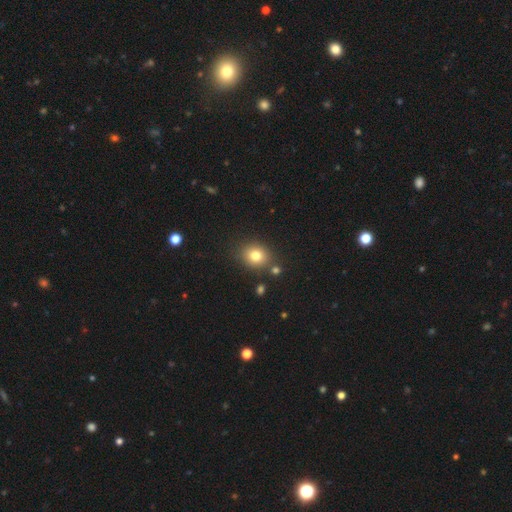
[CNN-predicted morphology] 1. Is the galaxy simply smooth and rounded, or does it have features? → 79% smooth, 12% star or artifact, 8% featured or disk.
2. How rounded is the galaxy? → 66% round, 33% in between, 1% cigar-shaped.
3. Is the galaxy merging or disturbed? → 80% none, 10% minor disturbance, 7% merger, 3% major disturbance.